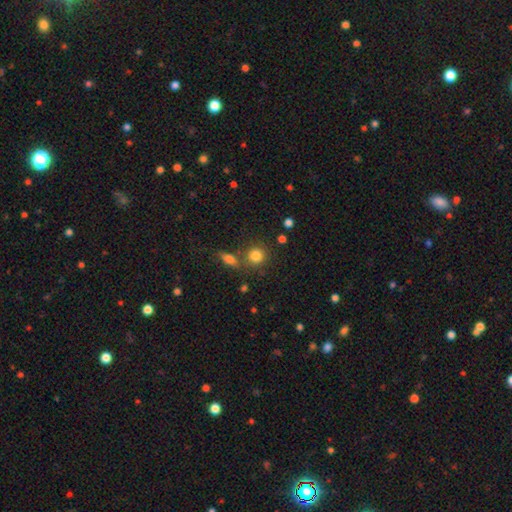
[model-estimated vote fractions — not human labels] The model was most divided on "merging": none: 70%, merger: 17%, minor disturbance: 9%, major disturbance: 4%. More confident: how rounded — round (86%); smooth or featured — smooth (80%).